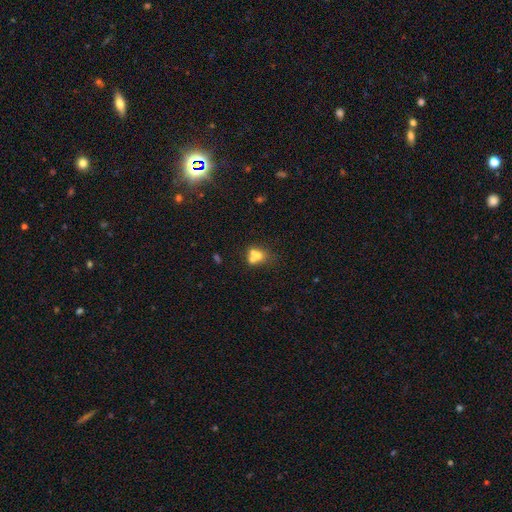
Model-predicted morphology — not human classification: The model was most divided on "merging": merger: 57%, none: 30%, minor disturbance: 8%, major disturbance: 5%. More confident: how rounded — round (64%); smooth or featured — smooth (60%).